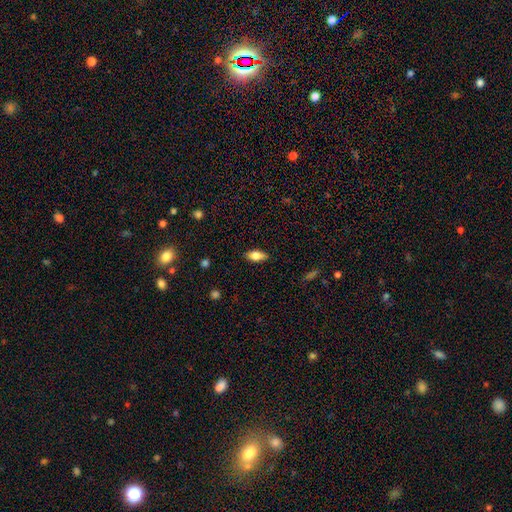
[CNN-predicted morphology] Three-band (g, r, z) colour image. It shows a smooth galaxy with no disk features (73%) that is in between round and cigar-shaped (84%). Merging: none (86%).